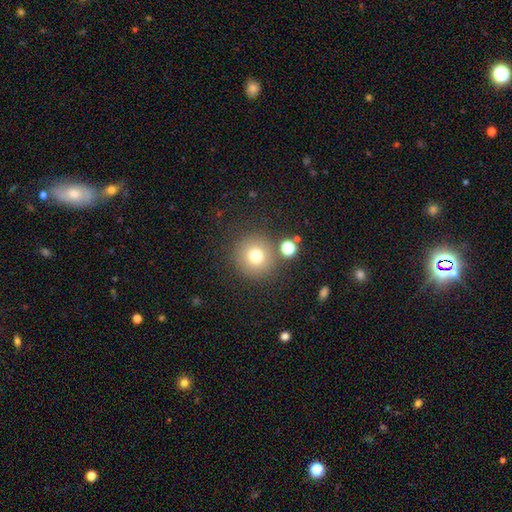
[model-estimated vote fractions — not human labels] This is likely a smooth galaxy (74%). How rounded: clearly round (95%). Merging: clearly none (82%).